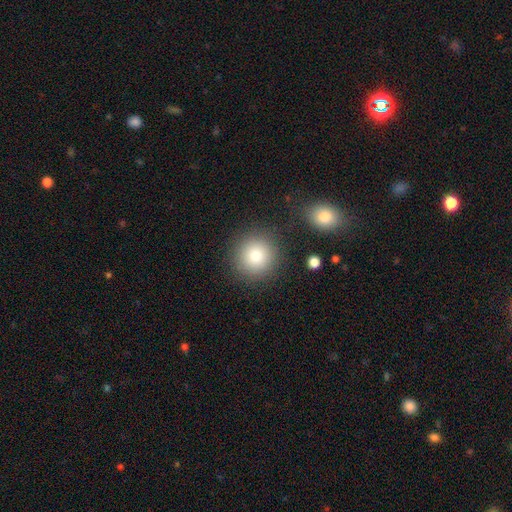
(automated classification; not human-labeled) Q: Smooth or featured?
A: smooth (79%); runner-up: star or artifact (12%)
Q: How rounded?
A: round (94%); runner-up: in between (5%)
Q: Merging?
A: none (87%); runner-up: minor disturbance (7%)